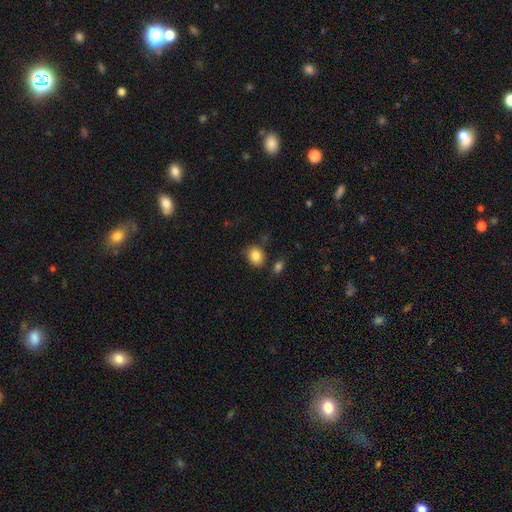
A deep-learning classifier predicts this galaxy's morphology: Q: Smooth or featured?
A: smooth (86%); runner-up: star or artifact (9%)
Q: How rounded?
A: round (59%); runner-up: in between (40%)
Q: Merging?
A: none (74%); runner-up: minor disturbance (15%)